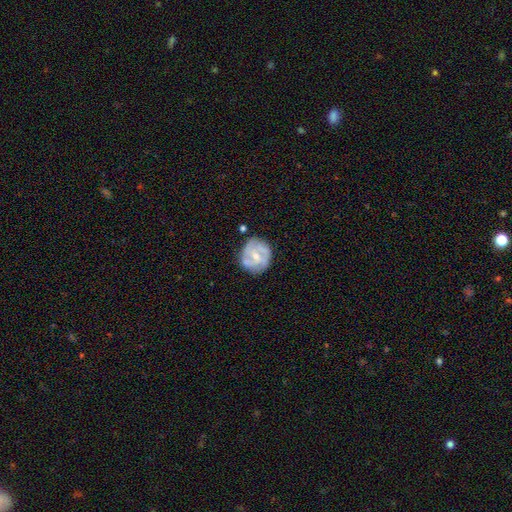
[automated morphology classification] A featured or disk galaxy (66%) with no bar (45%), spiral arms (68%) and a small central bulge (49%).

Vote fractions:
- Smooth or featured? featured or disk: 66% / smooth: 28% / star or artifact: 6%
- Edge-on disk? no: 97% / yes: 3%
- Bar? no: 45% / weak: 43% / strong: 12%
- Spiral arms? yes: 68% / no: 32%
- Bulge size? small: 49% / moderate: 44% / none: 4% / large: 2% / dominant: 1%
- Merging? none: 66% / minor disturbance: 22% / major disturbance: 8% / merger: 4%